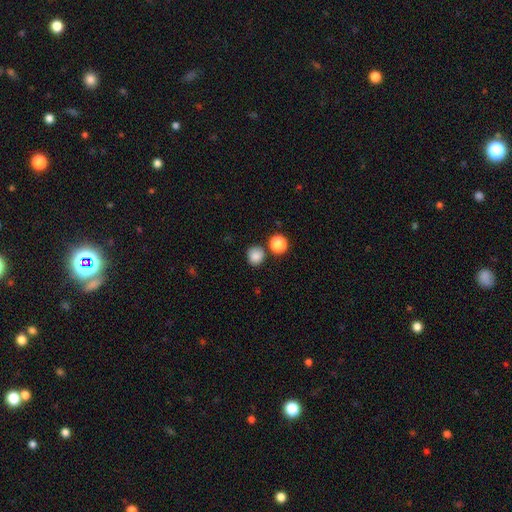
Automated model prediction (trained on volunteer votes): This is clearly a smooth galaxy (85%). How rounded: clearly round (88%). Merging: likely none (79%).